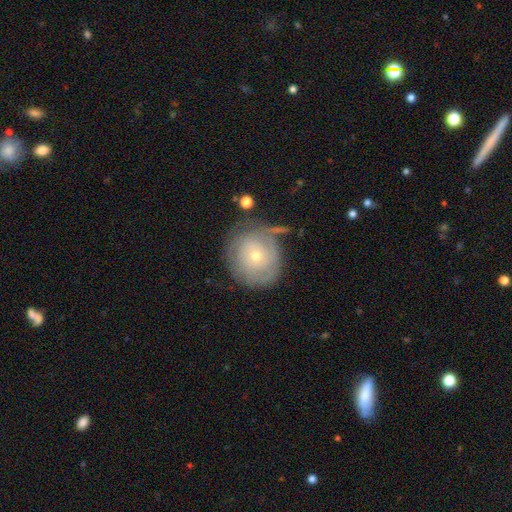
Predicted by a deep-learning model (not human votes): Overall: featured or disk (53%; smooth 39%). Edge-on disk: no (96%). Bar: no (87%). Spiral arms: yes (58%; no 42%). Bulge size: small (65%; moderate 32%). Merging: none (63%).